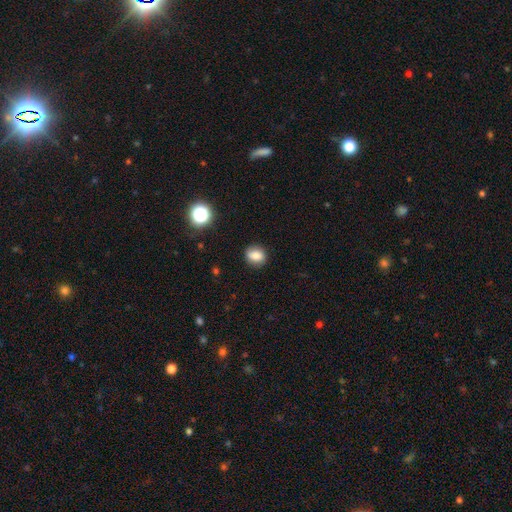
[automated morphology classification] Smooth or featured? smooth (79%)
How rounded? round (59%)
Merging? none (85%)